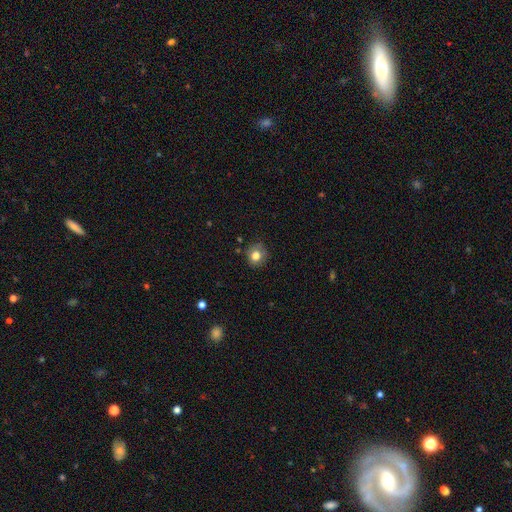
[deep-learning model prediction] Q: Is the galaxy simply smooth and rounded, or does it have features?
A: smooth — 78%.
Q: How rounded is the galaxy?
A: round — 80%.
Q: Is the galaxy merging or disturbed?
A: none — 80%.